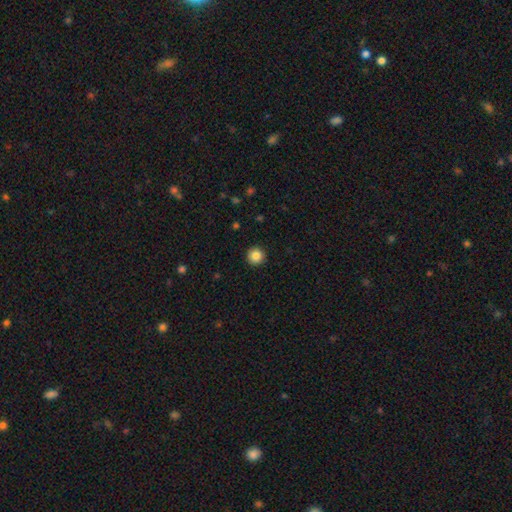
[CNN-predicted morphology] smooth_or_featured: smooth (p=0.86) [alt: star or artifact p=0.10]
how_rounded: round (p=0.96) [alt: in between p=0.03]
merging: none (p=0.93) [alt: minor disturbance p=0.04]